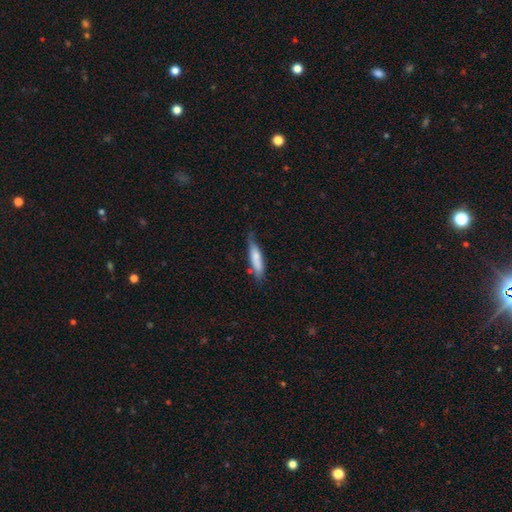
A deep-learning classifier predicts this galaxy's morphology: smooth 71%, featured or disk 23%, star or artifact 6%. Down the decision tree: how rounded — cigar-shaped (78%); merging — none (63%).